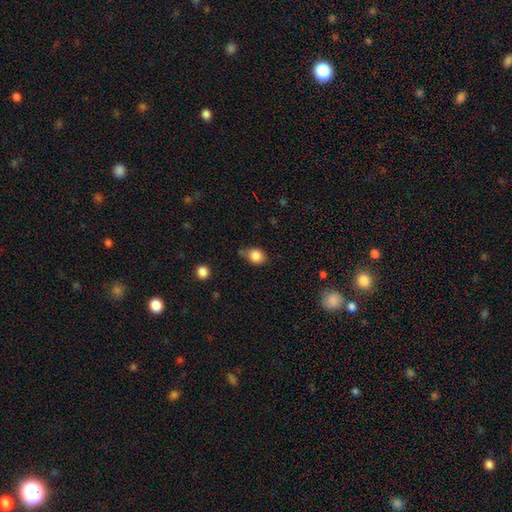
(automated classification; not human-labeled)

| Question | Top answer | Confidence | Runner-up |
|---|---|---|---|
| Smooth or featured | smooth | 84% | star or artifact (10%) |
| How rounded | round | 56% | in between (43%) |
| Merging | none | 53% | minor disturbance (32%) |